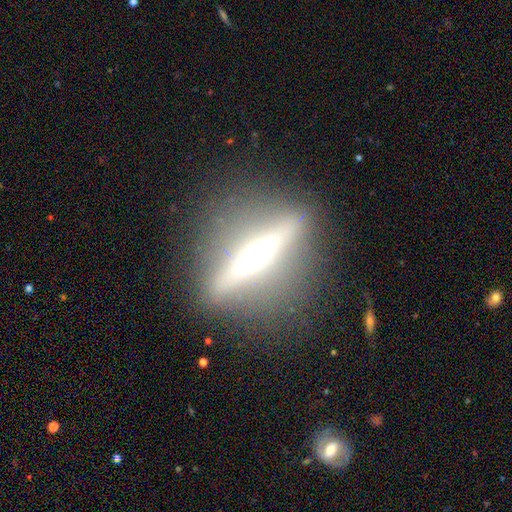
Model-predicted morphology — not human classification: A featured or disk galaxy (73%) viewed edge-on (90%) with a rounded central bulge (67%).

Vote fractions:
- Smooth or featured? featured or disk: 73% / smooth: 17% / star or artifact: 10%
- Edge-on disk? yes: 90% / no: 10%
- Edge-on bulge? rounded: 67% / none: 22% / boxy: 11%
- Merging? none: 85% / minor disturbance: 9% / major disturbance: 5% / merger: 2%